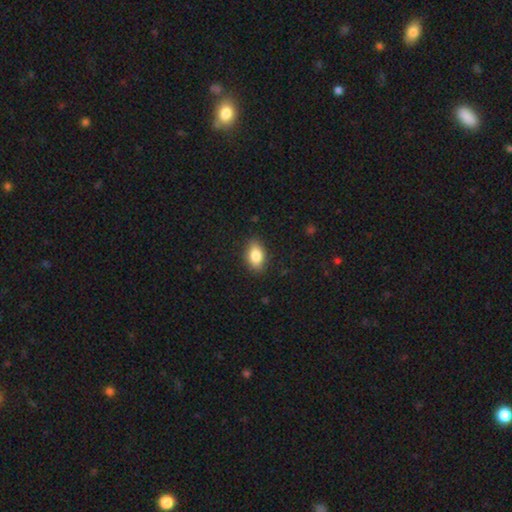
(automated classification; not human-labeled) smooth_or_featured: smooth (p=0.84) [alt: featured or disk p=0.08]
how_rounded: in between (p=0.88) [alt: round p=0.10]
merging: none (p=0.86) [alt: minor disturbance p=0.10]